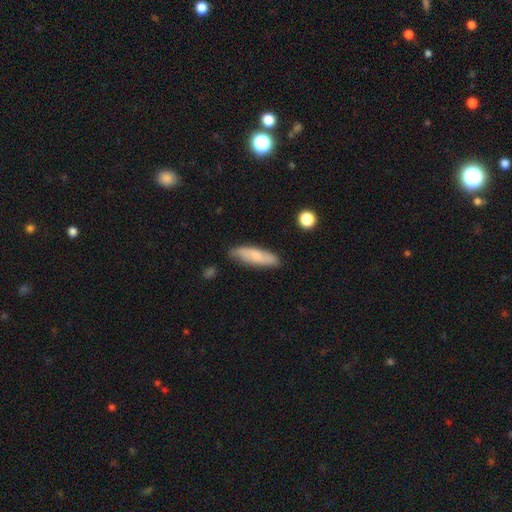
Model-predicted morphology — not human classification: A smooth galaxy with no disk features (68%) that is cigar-shaped (57%). Merging: none (81%).